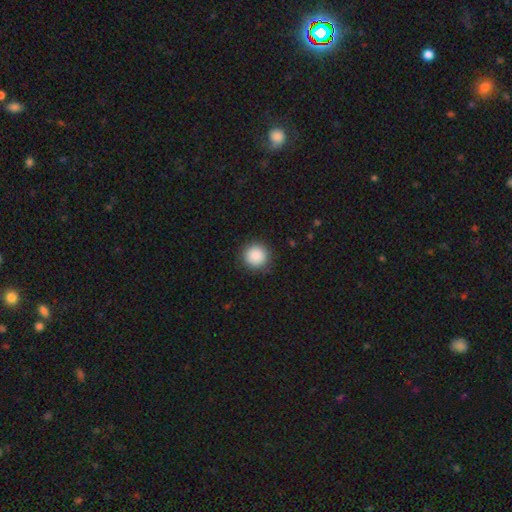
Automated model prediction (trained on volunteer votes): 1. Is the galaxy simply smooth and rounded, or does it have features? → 89% smooth, 8% star or artifact, 3% featured or disk.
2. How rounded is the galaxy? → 95% round, 4% in between, 1% cigar-shaped.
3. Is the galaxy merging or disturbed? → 90% none, 7% minor disturbance, 2% major disturbance, 1% merger.